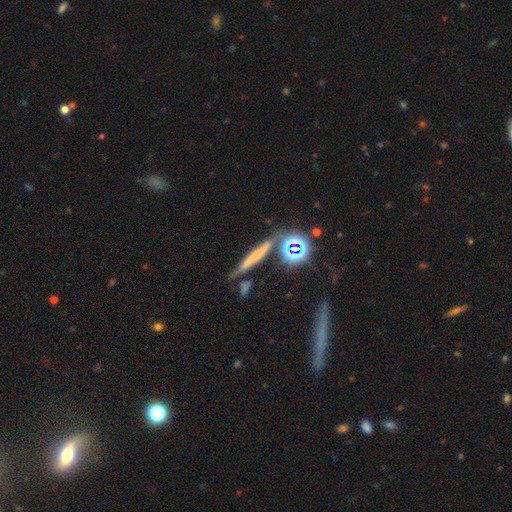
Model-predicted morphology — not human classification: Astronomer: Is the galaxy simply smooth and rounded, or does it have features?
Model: smooth — 49% (runner-up: featured or disk, 29%).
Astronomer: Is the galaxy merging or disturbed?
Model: none — 72%.